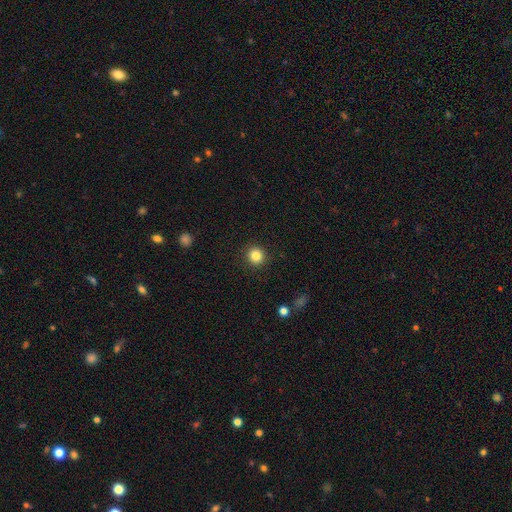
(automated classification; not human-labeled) smooth-or-featured: smooth: 85% | star or artifact: 11% | featured or disk: 5%
  how-rounded: round: 92% | in between: 7% | cigar-shaped: 1%
  merging: none: 91% | minor disturbance: 6% | major disturbance: 2% | merger: 1%